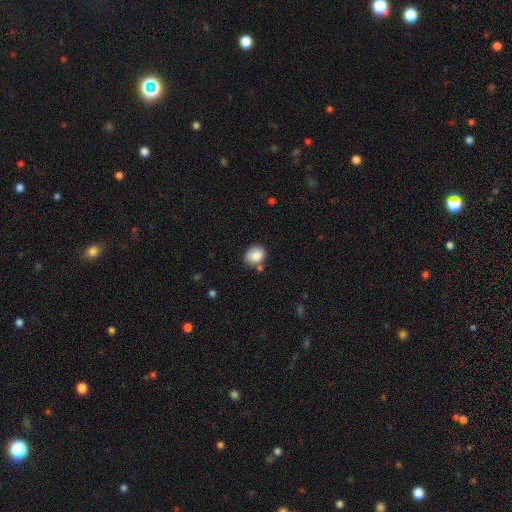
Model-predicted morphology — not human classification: Q: Smooth or featured?
A: smooth (87%); runner-up: star or artifact (8%)
Q: How rounded?
A: round (54%); runner-up: in between (45%)
Q: Merging?
A: none (71%); runner-up: minor disturbance (17%)